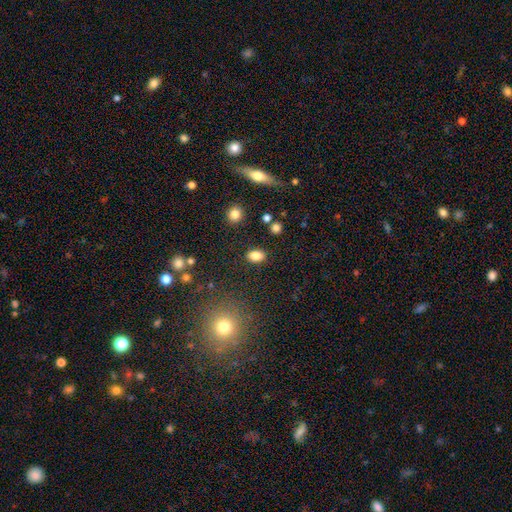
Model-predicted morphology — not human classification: smooth_or_featured: smooth (p=0.84) [alt: star or artifact p=0.10]
how_rounded: in between (p=0.83) [alt: round p=0.15]
merging: none (p=0.86) [alt: minor disturbance p=0.09]